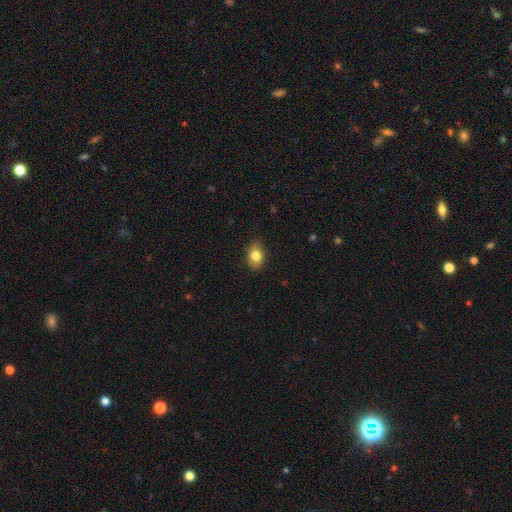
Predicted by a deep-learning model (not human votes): This appears to be a smooth galaxy with no disk features (80%) that is in between round and cigar-shaped (77%). Merging: none (85%).